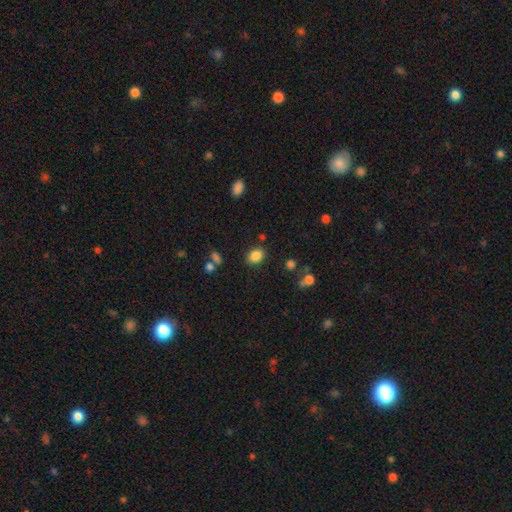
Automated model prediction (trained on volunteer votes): smooth 85%, star or artifact 10%, featured or disk 5%. Down the decision tree: how rounded — in between (66%); merging — none (83%).